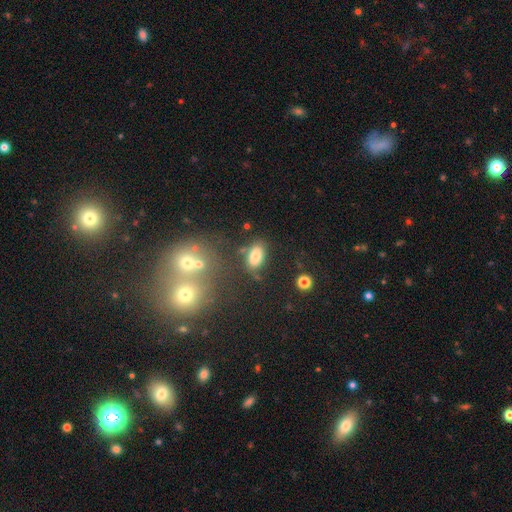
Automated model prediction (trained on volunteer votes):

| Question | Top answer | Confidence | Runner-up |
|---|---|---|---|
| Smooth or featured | smooth | 80% | featured or disk (10%) |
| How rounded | in between | 91% | round (6%) |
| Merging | none | 67% | minor disturbance (18%) |